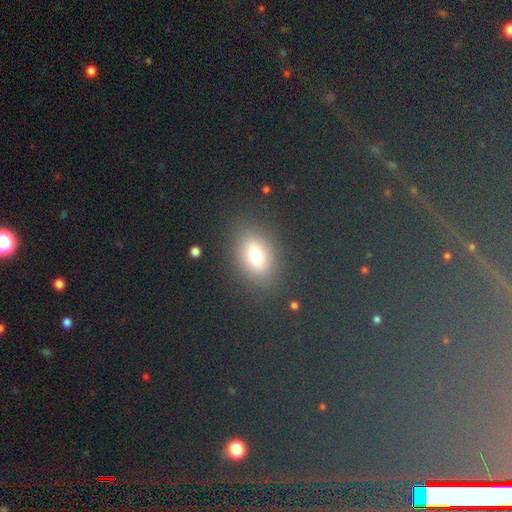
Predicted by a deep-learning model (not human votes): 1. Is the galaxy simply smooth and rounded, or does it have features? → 70% smooth, 19% star or artifact, 10% featured or disk.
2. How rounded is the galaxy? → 76% in between, 19% round, 5% cigar-shaped.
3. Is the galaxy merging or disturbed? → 84% none, 10% minor disturbance, 4% major disturbance, 2% merger.